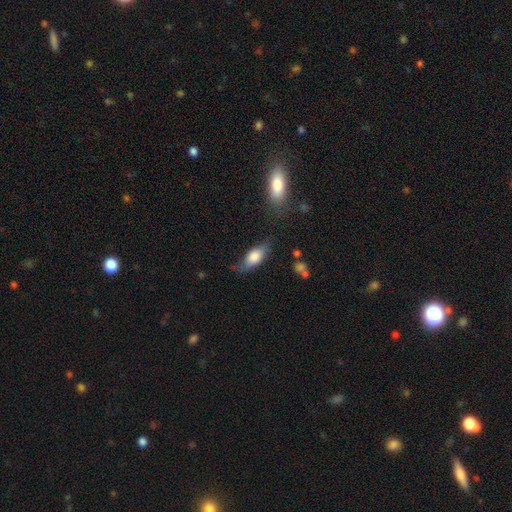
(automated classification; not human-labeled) This appears to be a smooth galaxy with no disk features (68%) that is in between round and cigar-shaped (81%). Merging: none (56%).